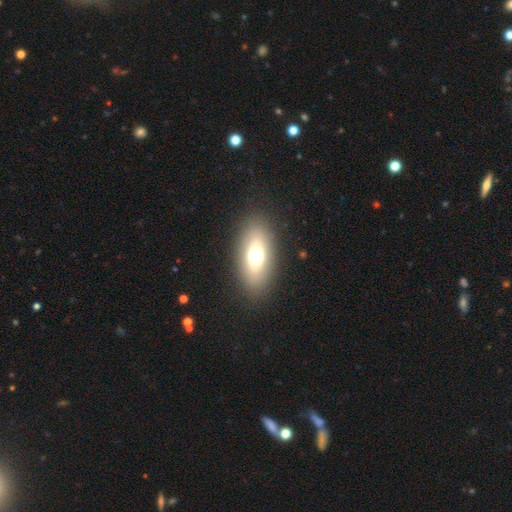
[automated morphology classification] A smooth galaxy with no disk features (62%) that is in between round and cigar-shaped (81%). Merging: none (86%).